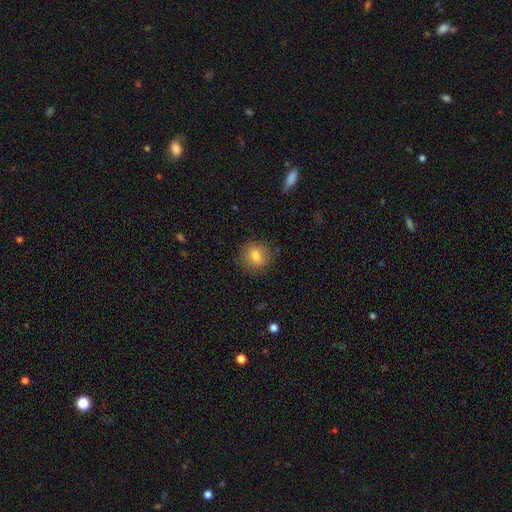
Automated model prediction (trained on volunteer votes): This appears to be a smooth galaxy with no disk features (79%) that is round (78%). Merging: none (87%).